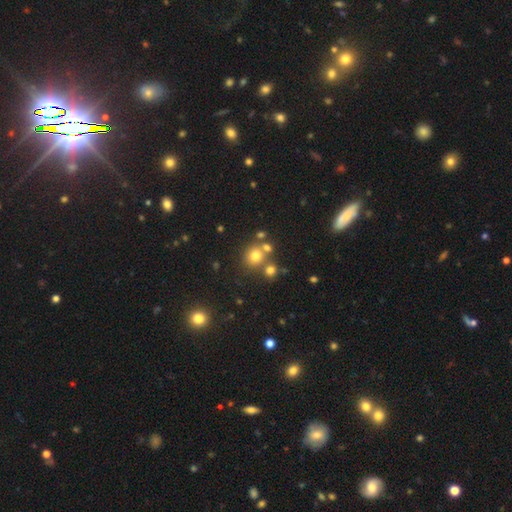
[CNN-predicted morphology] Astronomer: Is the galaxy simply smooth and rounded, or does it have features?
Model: smooth — 72%.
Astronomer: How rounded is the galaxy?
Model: round — 82%.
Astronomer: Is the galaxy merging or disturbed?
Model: none — 64%.